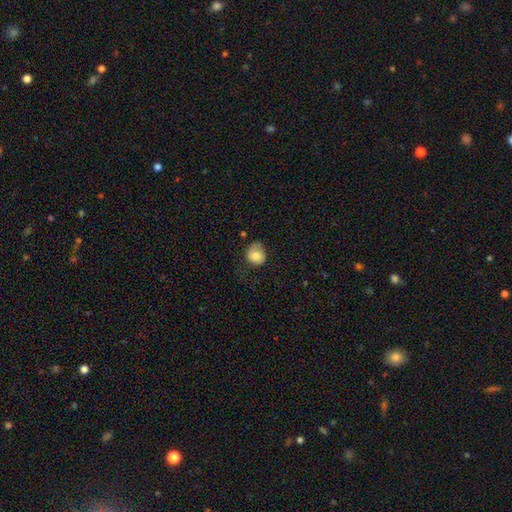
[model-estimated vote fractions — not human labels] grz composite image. It shows a smooth galaxy with no disk features (80%) that is round (70%). Merging: none (47%).